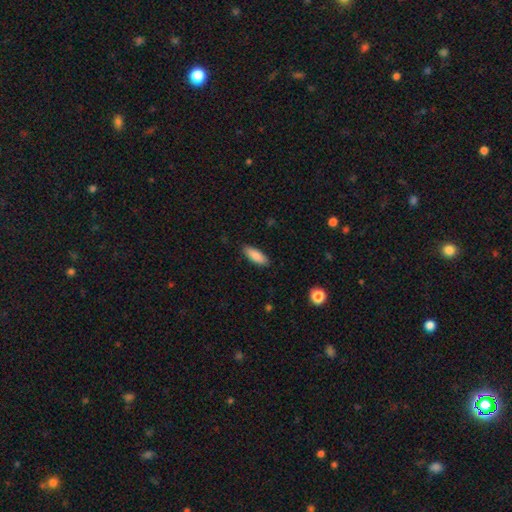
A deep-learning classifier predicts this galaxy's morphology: Smooth or featured? smooth (87%)
How rounded? in between (69%)
Merging? none (87%)